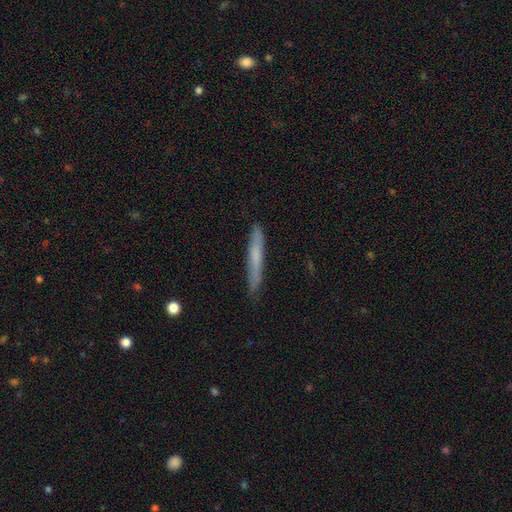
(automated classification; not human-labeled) Overall: smooth (62%; featured or disk 32%). How rounded: cigar-shaped (96%). Merging: none (85%).